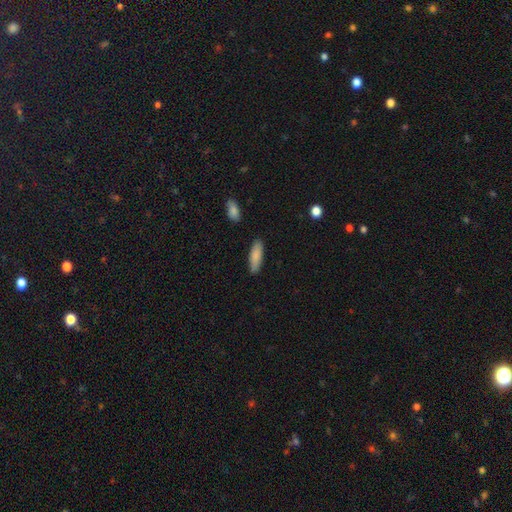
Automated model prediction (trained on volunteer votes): smooth 86%, featured or disk 8%, star or artifact 6%. Down the decision tree: how rounded — in between (52%); merging — none (86%).